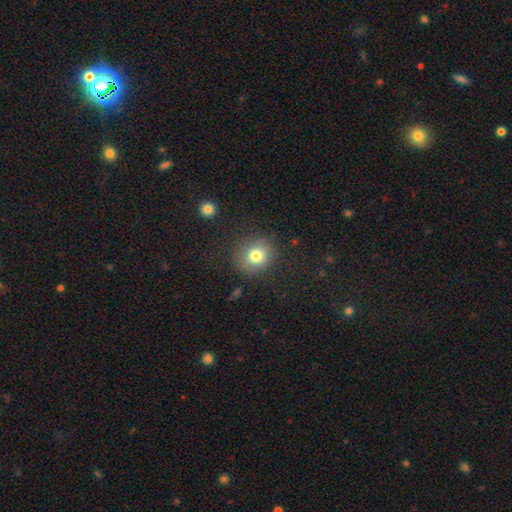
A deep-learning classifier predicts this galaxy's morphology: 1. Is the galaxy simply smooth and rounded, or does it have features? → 79% smooth, 12% star or artifact, 9% featured or disk.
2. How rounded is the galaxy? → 83% round, 16% in between, 1% cigar-shaped.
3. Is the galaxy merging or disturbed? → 84% none, 10% minor disturbance, 4% major disturbance, 2% merger.